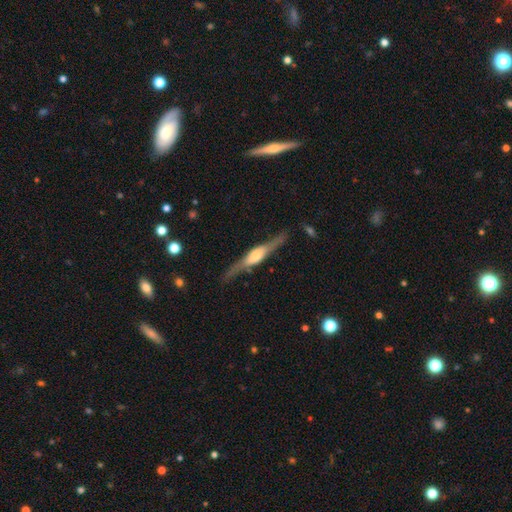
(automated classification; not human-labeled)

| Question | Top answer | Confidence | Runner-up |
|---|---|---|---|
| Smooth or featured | featured or disk | 79% | smooth (15%) |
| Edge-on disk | yes | 95% | no (5%) |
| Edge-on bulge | rounded | 71% | boxy (25%) |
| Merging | none | 83% | minor disturbance (12%) |